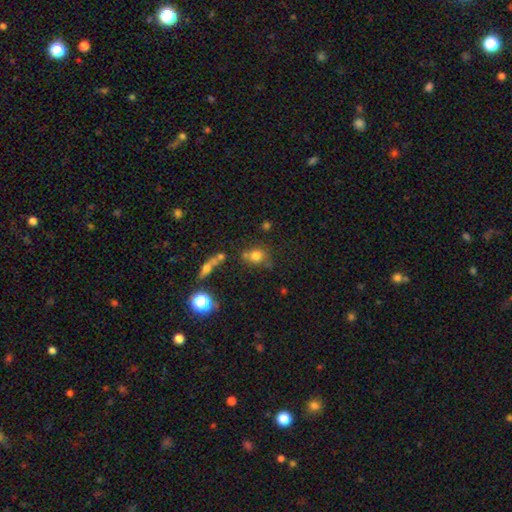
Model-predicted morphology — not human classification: This is likely a smooth galaxy (72%). How rounded: likely round (68%). Merging: possibly none (54%).